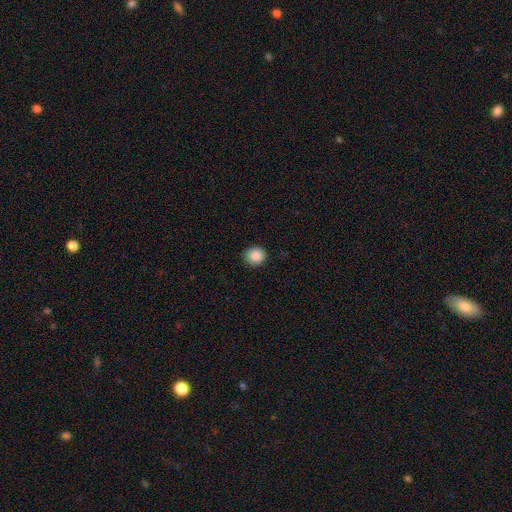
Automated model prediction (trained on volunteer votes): This appears to be a smooth galaxy with no disk features (88%) that is round (91%). Merging: none (90%).